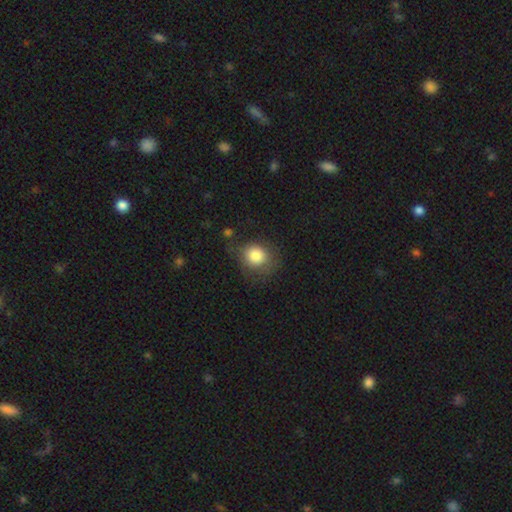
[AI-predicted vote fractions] The model was most divided on "merging": none: 65%, minor disturbance: 22%, major disturbance: 10%, merger: 3%. More confident: smooth or featured — smooth (82%); how rounded — round (77%).